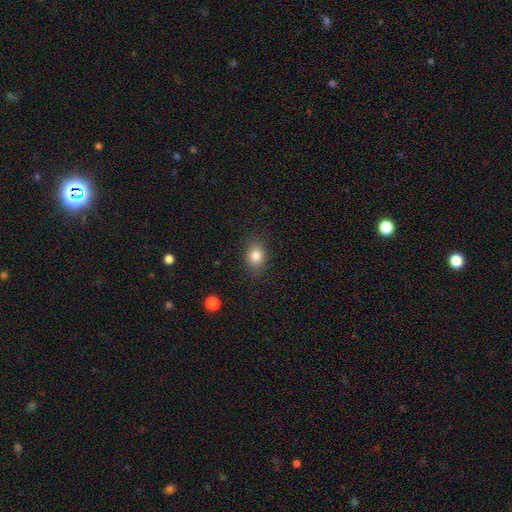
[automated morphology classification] This is clearly a smooth galaxy (82%). How rounded: possibly in between (53%). Merging: clearly none (86%).